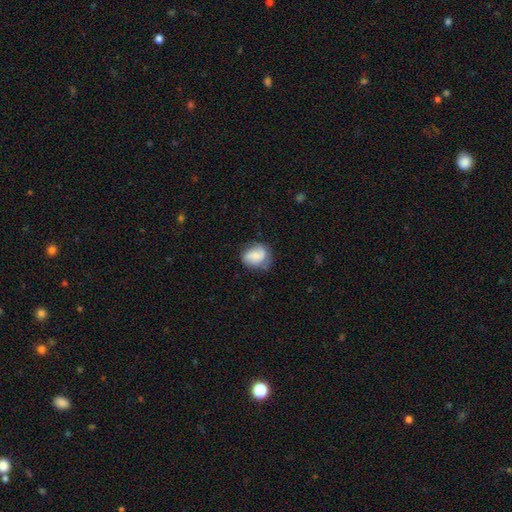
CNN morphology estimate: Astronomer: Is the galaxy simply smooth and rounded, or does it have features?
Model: smooth — 51% (runner-up: featured or disk, 41%).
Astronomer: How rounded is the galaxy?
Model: round — 51% (runner-up: in between, 48%).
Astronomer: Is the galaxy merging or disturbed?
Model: none — 60%.